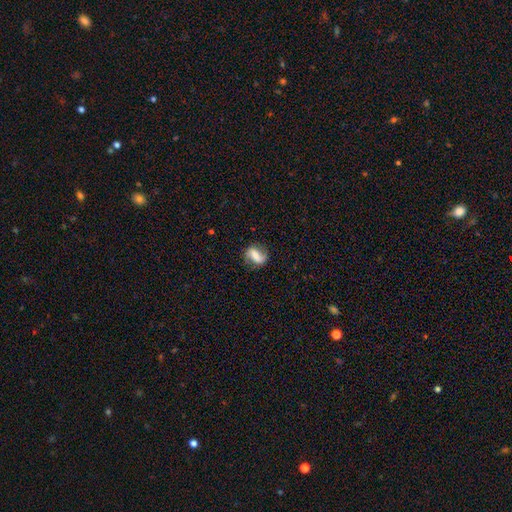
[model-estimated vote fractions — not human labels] This is likely a featured or disk galaxy (61%). It is clearly not viewed edge-on (95%). Bar: possibly strong (47%). Spiral arm pattern: clearly yes (87%). Spiral arm count: clearly 2 (87%). Spiral winding: possibly loose (53%). Central bulge: marginally moderate (37%). Merging: likely none (78%).